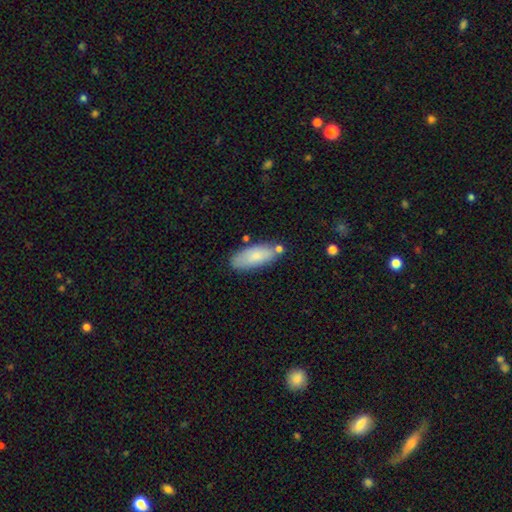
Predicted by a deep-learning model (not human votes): This appears to be a smooth galaxy with no disk features (81%) that is in between round and cigar-shaped (79%). Merging: none (72%).